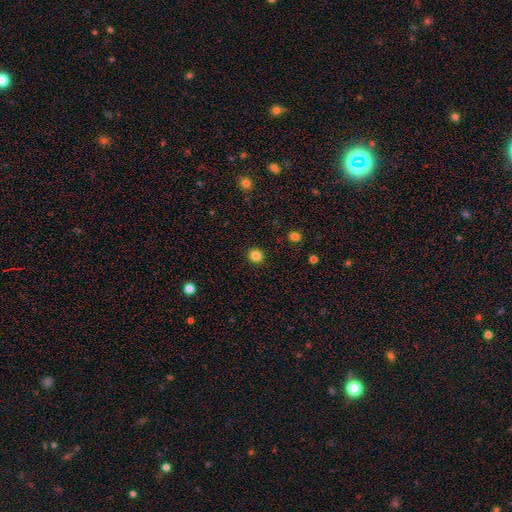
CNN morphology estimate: Smooth or featured: smooth — 85% (star or artifact — 12%)
How rounded: round — 91% (in between — 9%)
Merging: none — 92% (minor disturbance — 5%)